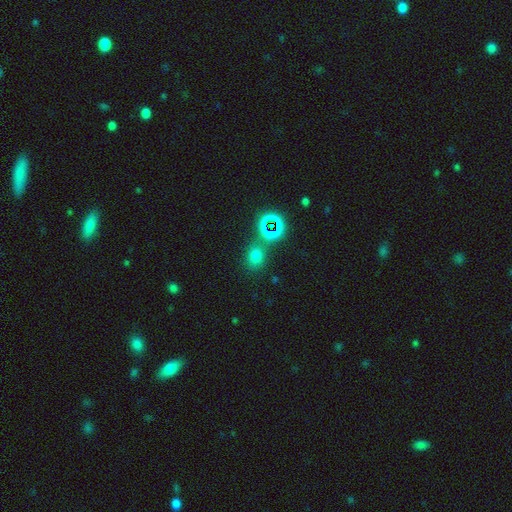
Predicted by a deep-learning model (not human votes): Smooth or featured?
  - smooth: 63% *
  - star or artifact: 30%
  - featured or disk: 7%
How rounded?
  - round: 59% *
  - in between: 40%
  - cigar-shaped: 2%
Merging?
  - none: 72% *
  - merger: 12%
  - minor disturbance: 11%
  - major disturbance: 4%